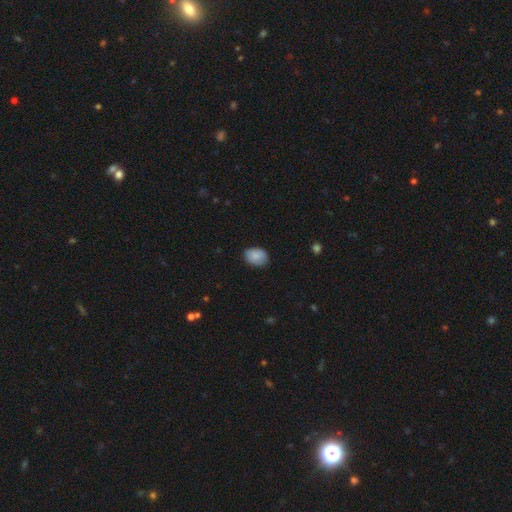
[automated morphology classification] The model was most divided on "how rounded": in between: 74%, round: 25%, cigar-shaped: 1%. More confident: smooth or featured — smooth (87%); merging — none (79%).